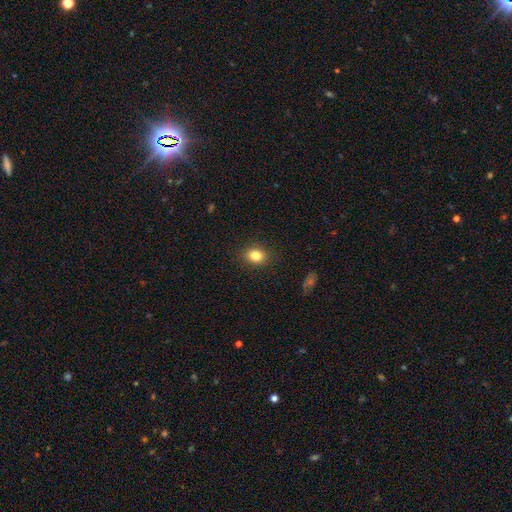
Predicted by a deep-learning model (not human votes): smooth 83%, star or artifact 10%, featured or disk 7%. Down the decision tree: how rounded — in between (56%); merging — none (88%).